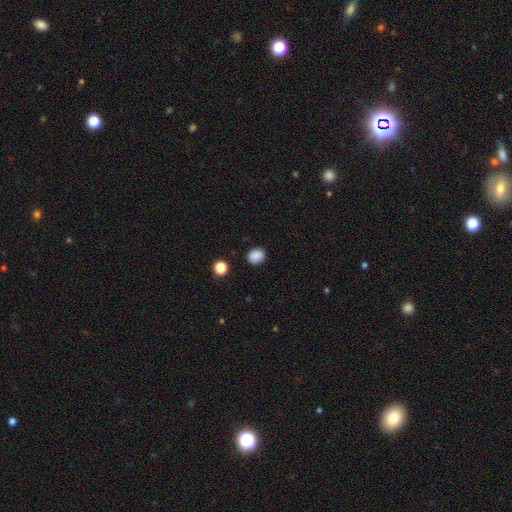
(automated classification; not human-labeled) Smooth or featured?
  - smooth: 87% *
  - star or artifact: 10%
  - featured or disk: 3%
How rounded?
  - round: 78% *
  - in between: 21%
  - cigar-shaped: 1%
Merging?
  - none: 89% *
  - minor disturbance: 8%
  - major disturbance: 2%
  - merger: 2%